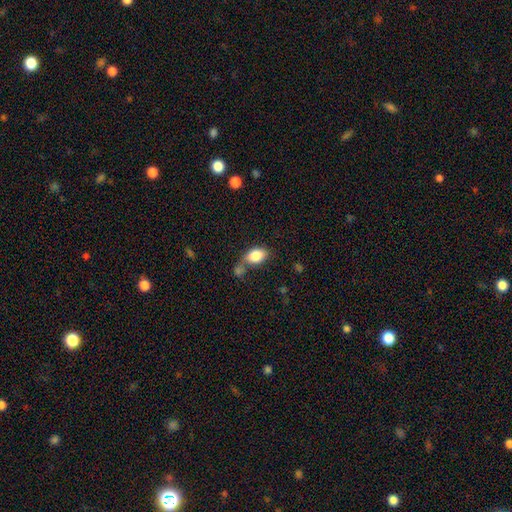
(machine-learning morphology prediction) A smooth galaxy with no disk features (84%) that is in between round and cigar-shaped (85%). Merging: none (46%).